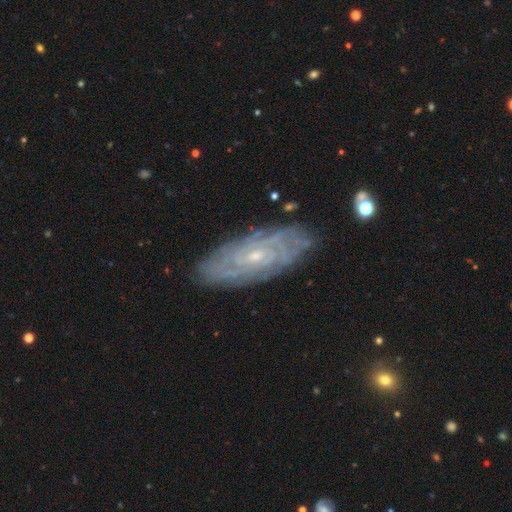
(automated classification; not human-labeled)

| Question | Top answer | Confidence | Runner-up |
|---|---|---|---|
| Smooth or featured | featured or disk | 80% | smooth (13%) |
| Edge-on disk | no | 89% | yes (11%) |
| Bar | no | 68% | weak (26%) |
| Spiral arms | yes | 92% | no (8%) |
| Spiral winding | tight | 75% | medium (20%) |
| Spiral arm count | can't tell | 53% | 2 (12%) |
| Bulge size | small | 79% | moderate (17%) |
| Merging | none | 83% | minor disturbance (12%) |